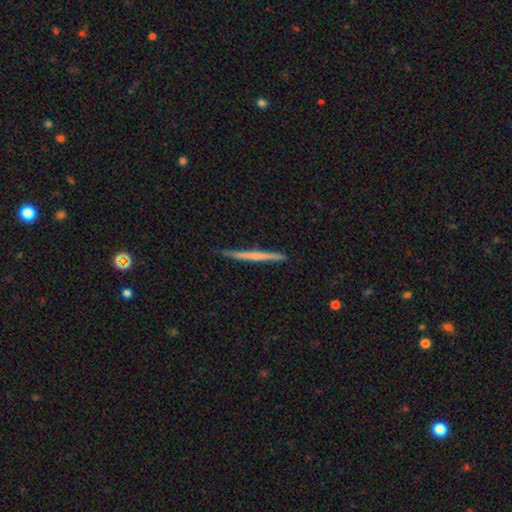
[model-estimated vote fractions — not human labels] Morphology: type=featured or disk (52%); edge-on=yes (98%); edge-on bulge=none (75%); merging=none (89%).